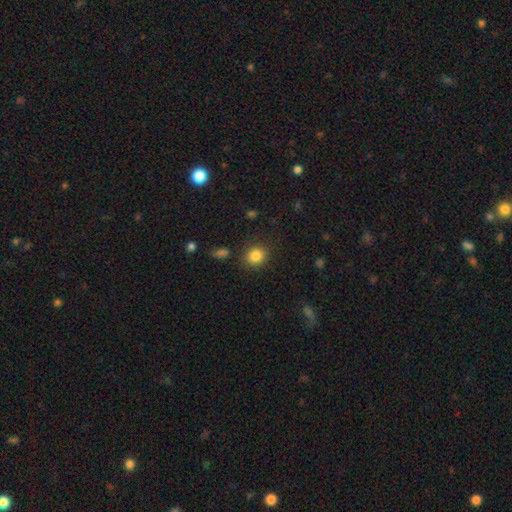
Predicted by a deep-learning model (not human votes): Q: Smooth or featured?
A: smooth (84%); runner-up: star or artifact (10%)
Q: How rounded?
A: round (76%); runner-up: in between (24%)
Q: Merging?
A: none (86%); runner-up: minor disturbance (9%)